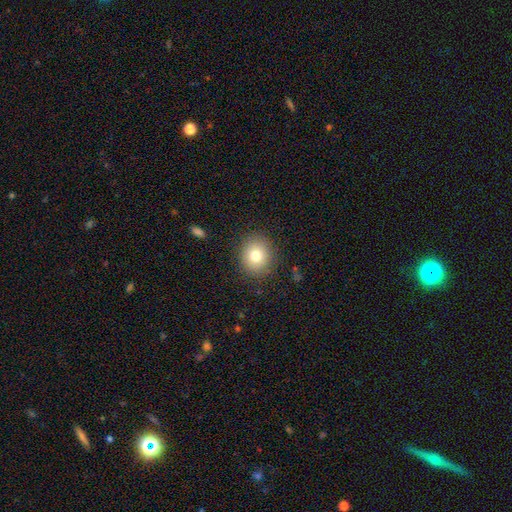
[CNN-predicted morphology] A smooth galaxy with no disk features (78%) that is round (74%). Merging: none (87%).